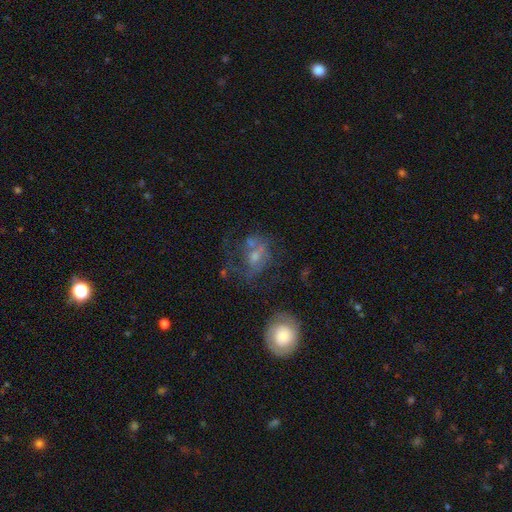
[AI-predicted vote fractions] This appears to be a featured or disk galaxy (49%). Merging: none (37%).